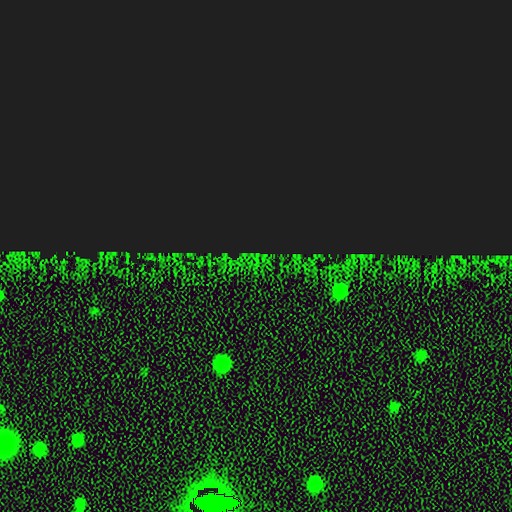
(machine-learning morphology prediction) star or artifact 83%, smooth 9%, featured or disk 8%.